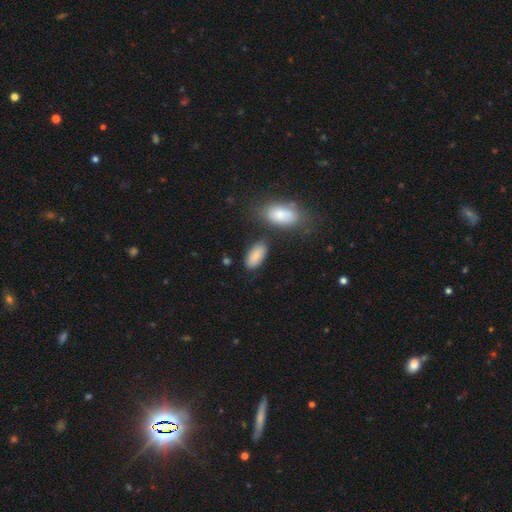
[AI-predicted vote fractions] smooth_or_featured: smooth (p=0.84) [alt: featured or disk p=0.09]
how_rounded: in between (p=0.91) [alt: cigar-shaped p=0.06]
merging: none (p=0.72) [alt: minor disturbance p=0.16]